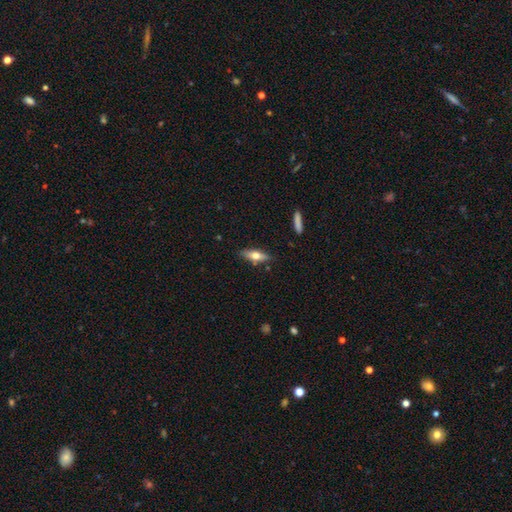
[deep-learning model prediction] Morphology: type=smooth (59%); roundness=in between (50%); merging=none (84%).